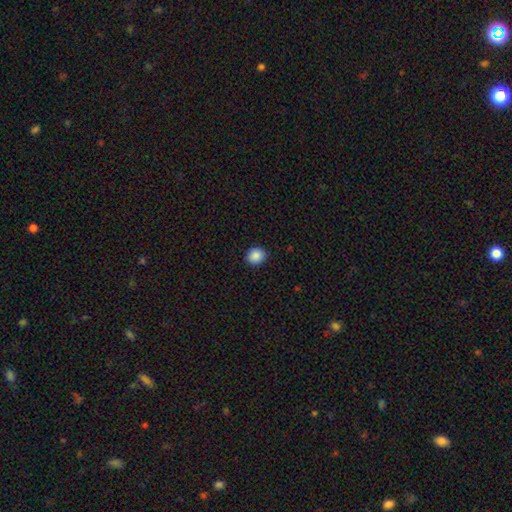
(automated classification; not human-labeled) Smooth or featured?
  - smooth: 88% *
  - star or artifact: 9%
  - featured or disk: 3%
How rounded?
  - round: 64% *
  - in between: 35%
  - cigar-shaped: 1%
Merging?
  - none: 88% *
  - minor disturbance: 9%
  - major disturbance: 2%
  - merger: 1%